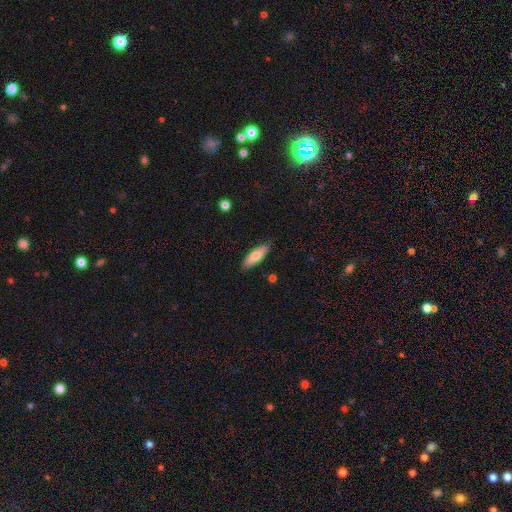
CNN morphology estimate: smooth_or_featured: smooth (p=0.70) [alt: featured or disk p=0.24]
how_rounded: in between (p=0.56) [alt: cigar-shaped p=0.42]
merging: none (p=0.86) [alt: minor disturbance p=0.11]